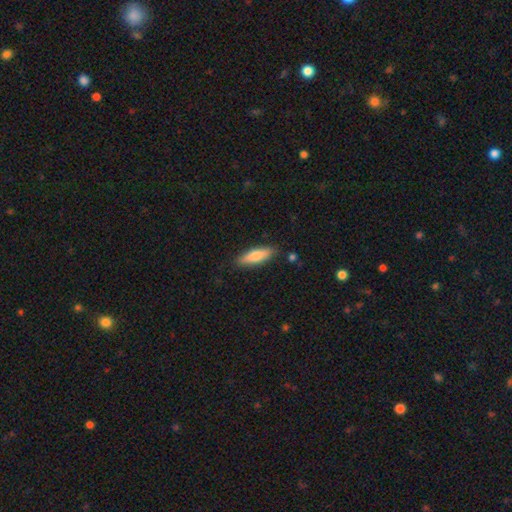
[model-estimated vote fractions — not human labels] Smooth or featured: smooth — 77% (featured or disk — 17%)
How rounded: cigar-shaped — 55% (in between — 43%)
Merging: none — 85% (minor disturbance — 11%)